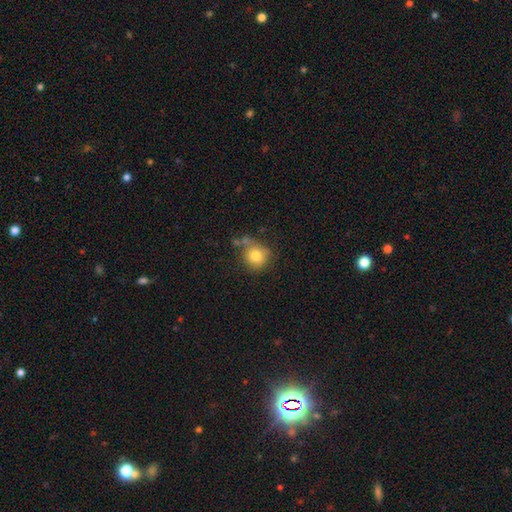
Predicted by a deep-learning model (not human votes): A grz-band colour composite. It shows a smooth galaxy with no disk features (80%) that is round (87%). Merging: none (59%).